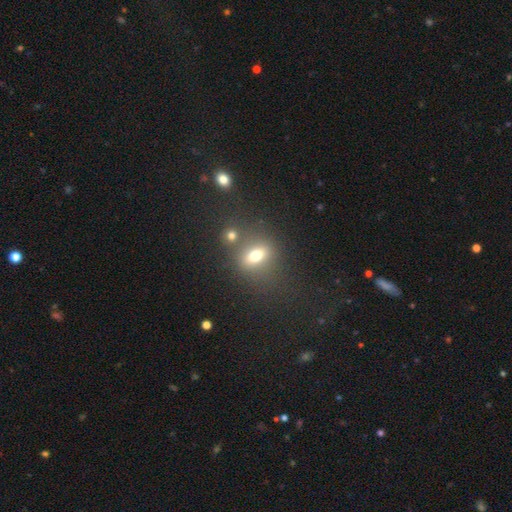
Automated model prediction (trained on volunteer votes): A smooth galaxy with no disk features (67%) that is in between round and cigar-shaped (58%). Merging: none (63%).